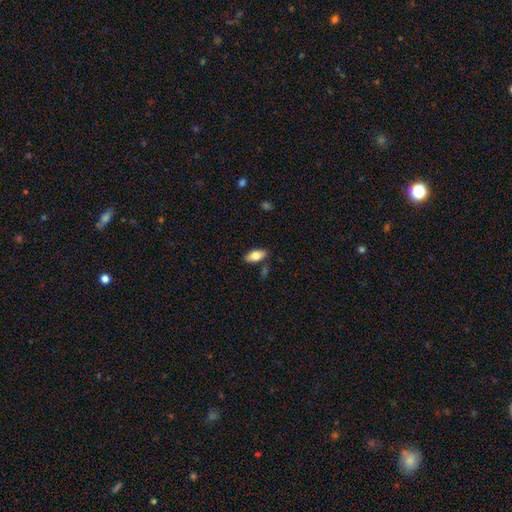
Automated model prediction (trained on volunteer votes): Overall: smooth (78%). How rounded: in between (90%). Merging: none (83%).